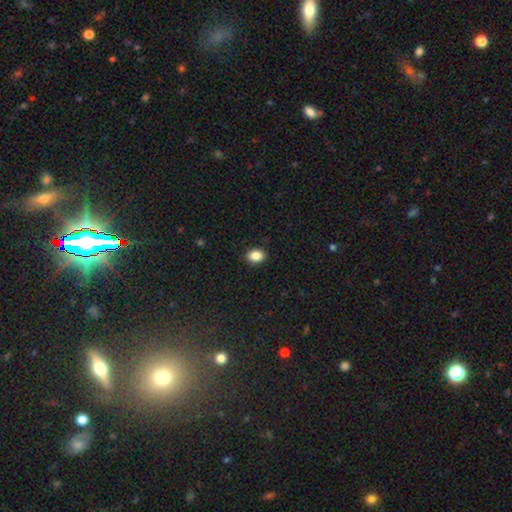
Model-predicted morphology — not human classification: Smooth or featured? Predicted: smooth (p=0.87). How rounded? Predicted: in between (p=0.67). Merging? Predicted: none (p=0.90).